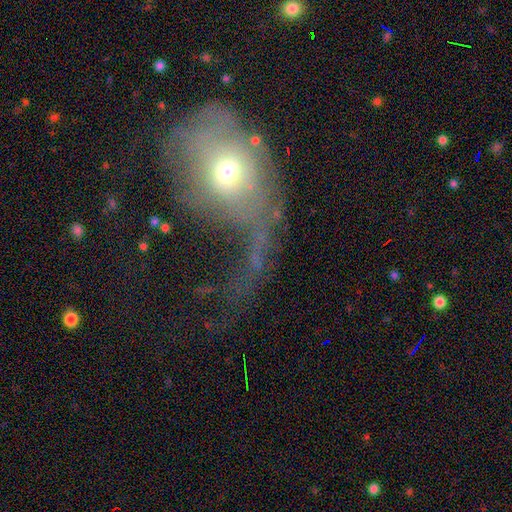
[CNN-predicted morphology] type=smooth (43%); merging=major disturbance (63%).